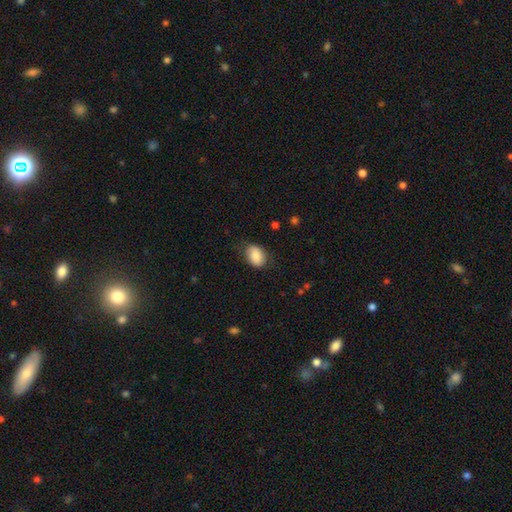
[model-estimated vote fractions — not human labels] This appears to be a smooth galaxy with no disk features (85%) that is in between round and cigar-shaped (82%). Merging: none (71%).